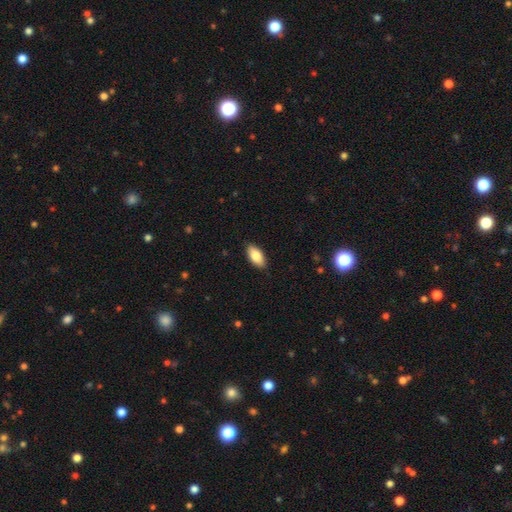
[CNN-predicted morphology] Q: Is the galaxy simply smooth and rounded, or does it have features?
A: smooth — 85%.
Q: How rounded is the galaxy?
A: in between — 92%.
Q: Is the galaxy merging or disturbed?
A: none — 89%.